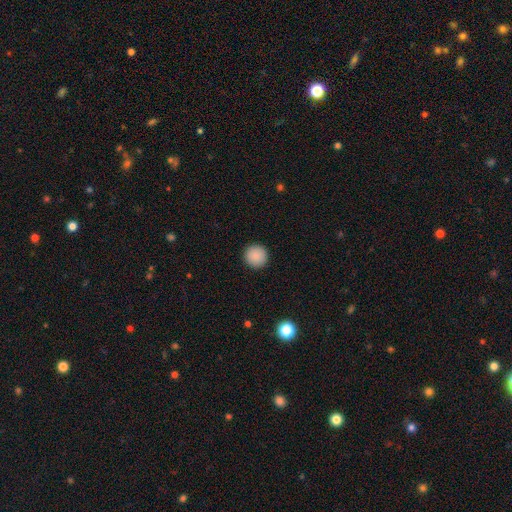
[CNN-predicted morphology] This appears to be a smooth galaxy with no disk features (88%) that is round (96%). Merging: none (93%).